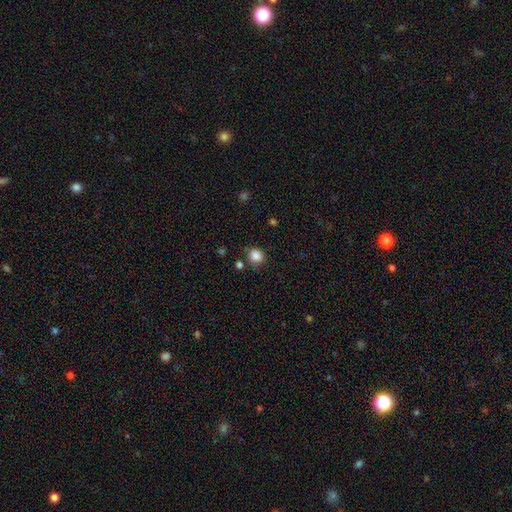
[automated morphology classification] Smooth or featured? Predicted: smooth (p=0.86). How rounded? Predicted: round (p=0.84). Merging? Predicted: none (p=0.78).